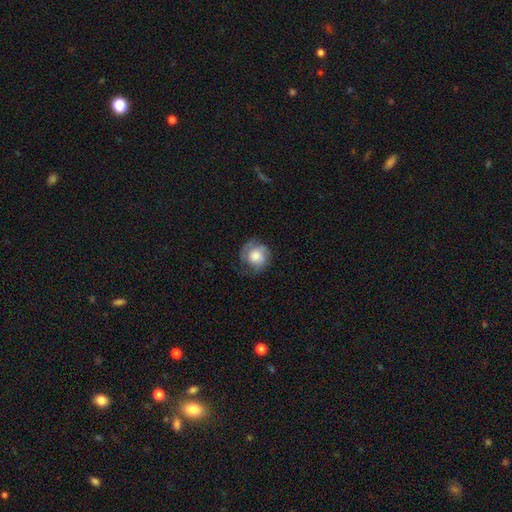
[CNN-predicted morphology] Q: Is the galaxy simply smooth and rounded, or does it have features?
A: smooth — 50%.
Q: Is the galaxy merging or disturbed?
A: none — 60%.